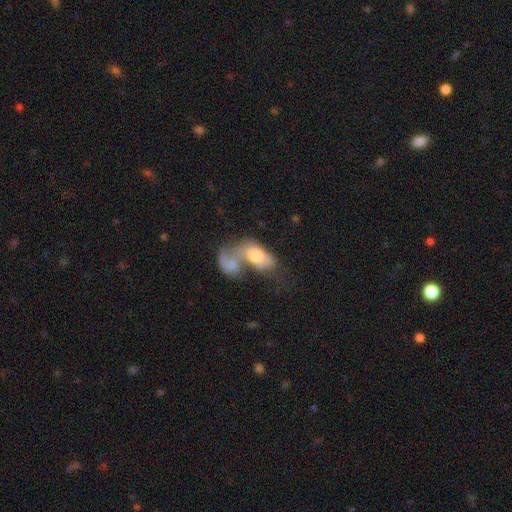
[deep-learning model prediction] smooth_or_featured: smooth (p=0.61) [alt: featured or disk p=0.32]
how_rounded: in between (p=0.86) [alt: round p=0.10]
merging: merger (p=0.72) [alt: major disturbance p=0.15]